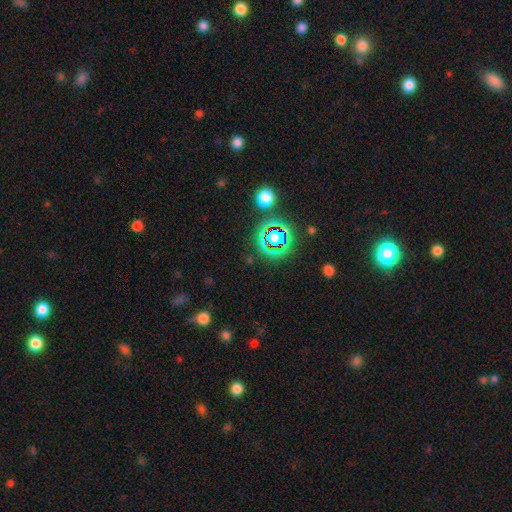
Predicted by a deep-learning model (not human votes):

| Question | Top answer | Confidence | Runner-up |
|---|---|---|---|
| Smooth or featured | star or artifact | 74% | smooth (17%) |